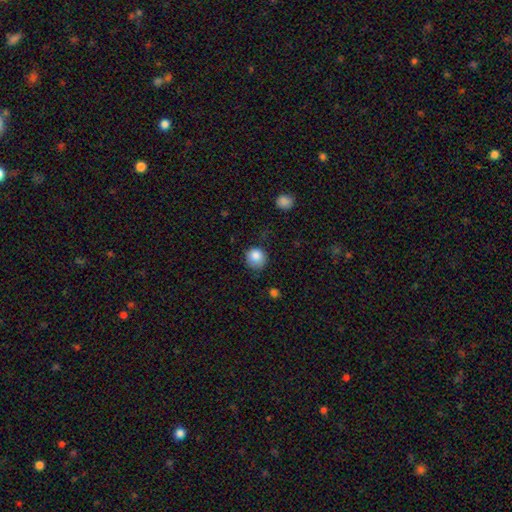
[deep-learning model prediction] Smooth or featured? smooth (85%)
How rounded? round (85%)
Merging? none (65%)